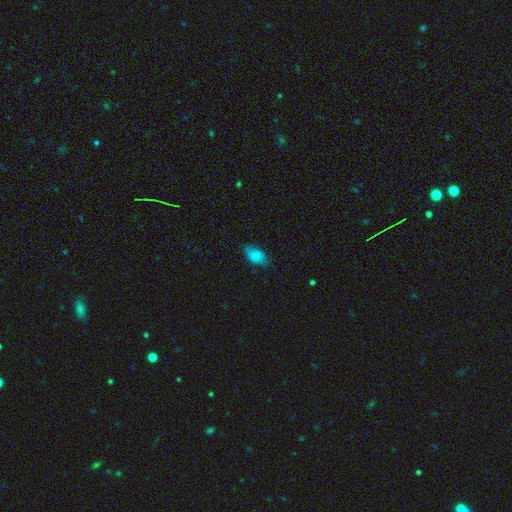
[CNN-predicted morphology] A smooth galaxy with no disk features (84%) that is in between round and cigar-shaped (91%). Merging: none (76%).